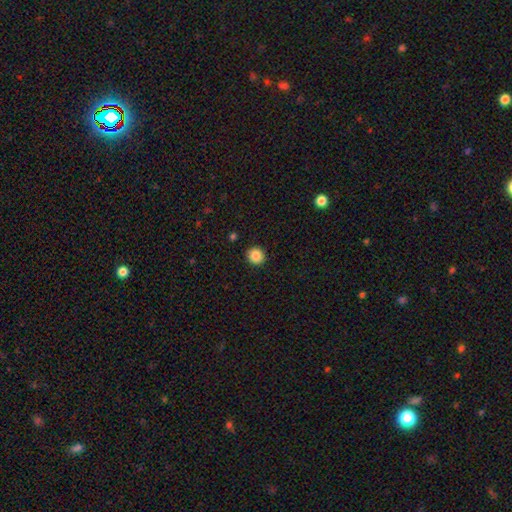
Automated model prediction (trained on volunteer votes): The model was most divided on "smooth or featured": smooth: 86%, star or artifact: 10%, featured or disk: 4%. More confident: merging — none (92%); how rounded — round (92%).